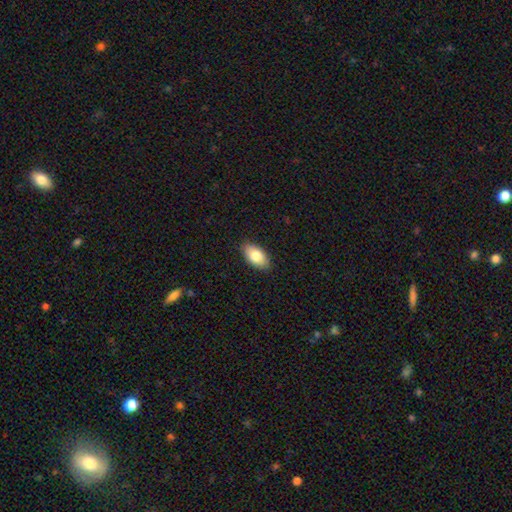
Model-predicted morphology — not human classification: The model was most divided on "smooth or featured": smooth: 80%, featured or disk: 13%, star or artifact: 7%. More confident: how rounded — in between (93%); merging — none (88%).